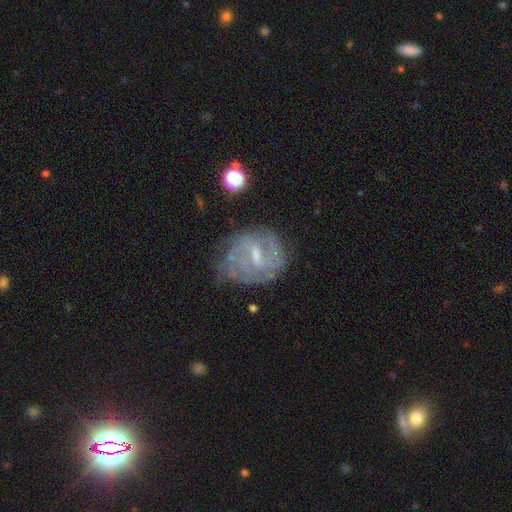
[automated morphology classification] smooth-or-featured: featured or disk: 78% | smooth: 14% | star or artifact: 8%
  disk-edge-on: no: 97% | yes: 3%
    bar: weak: 61% | strong: 21% | no: 18%
    has-spiral-arms: yes: 82% | no: 18%
      spiral-winding: tight: 52% | medium: 36% | loose: 12%
      spiral-arm-count: can't tell: 45% | 2: 28% | 3: 13% | 4: 6% | 1: 4% | more than 4: 4%
    bulge-size: small: 46% | moderate: 37% | none: 15% | large: 2% | dominant: 1%
  merging: none: 58% | minor disturbance: 25% | major disturbance: 14% | merger: 3%